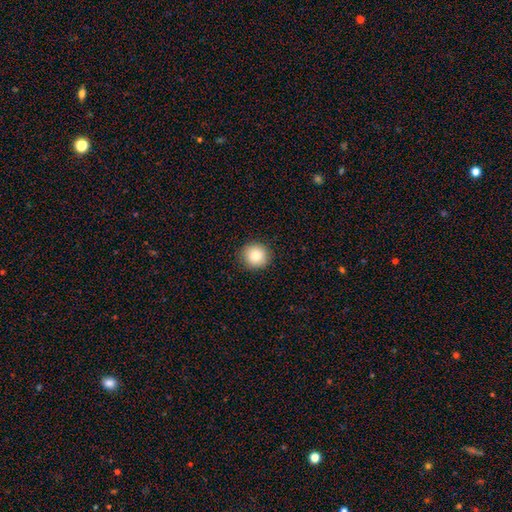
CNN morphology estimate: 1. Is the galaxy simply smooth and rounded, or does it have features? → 83% smooth, 10% star or artifact, 7% featured or disk.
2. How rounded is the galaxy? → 93% round, 6% in between, 1% cigar-shaped.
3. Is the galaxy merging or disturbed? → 91% none, 6% minor disturbance, 2% major disturbance, 1% merger.